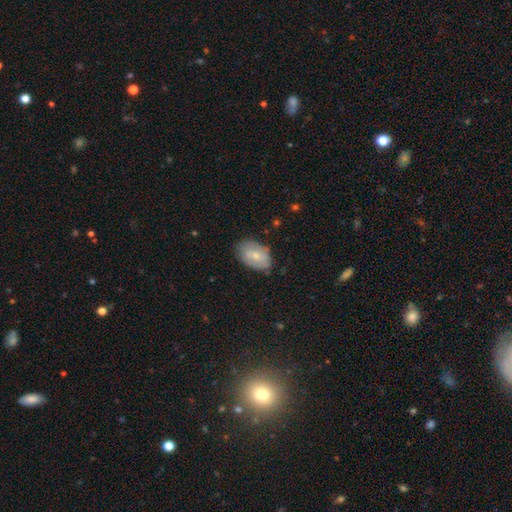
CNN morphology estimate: smooth-or-featured: smooth: 65% | featured or disk: 28% | star or artifact: 7%
  how-rounded: in between: 90% | round: 9% | cigar-shaped: 1%
  merging: none: 73% | minor disturbance: 21% | major disturbance: 4% | merger: 1%